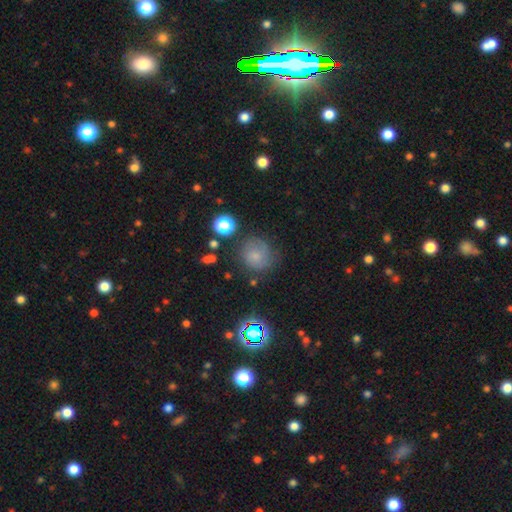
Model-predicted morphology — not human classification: Q: Smooth or featured?
A: smooth (63%); runner-up: featured or disk (20%)
Q: How rounded?
A: round (85%); runner-up: in between (14%)
Q: Merging?
A: none (66%); runner-up: minor disturbance (21%)